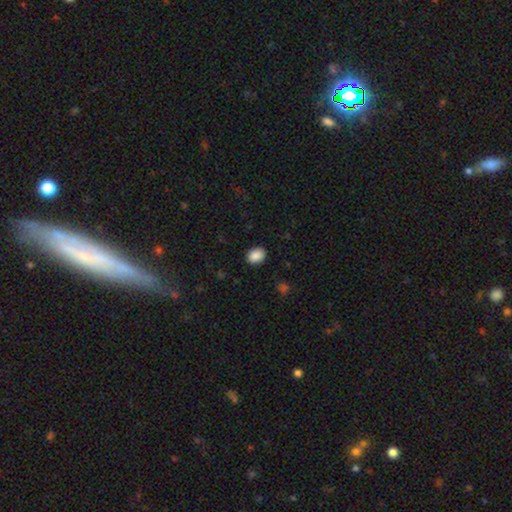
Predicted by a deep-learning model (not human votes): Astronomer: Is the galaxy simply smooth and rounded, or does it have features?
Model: smooth — 89%.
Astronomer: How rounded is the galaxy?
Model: in between — 65%.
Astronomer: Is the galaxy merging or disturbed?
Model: none — 89%.